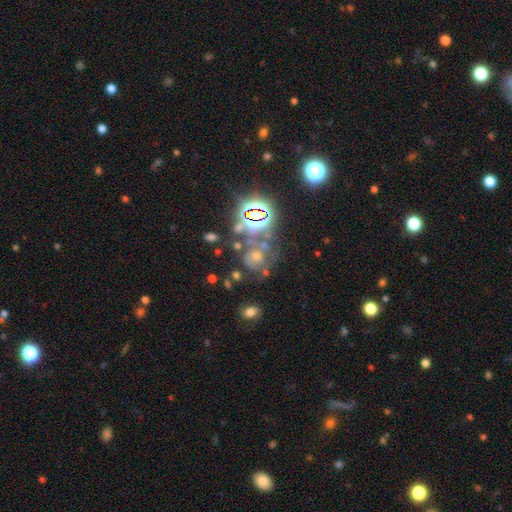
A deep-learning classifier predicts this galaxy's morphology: A star or artifact, not a galaxy (48%).

Vote fractions:
- Smooth or featured? star or artifact: 48% / featured or disk: 30% / smooth: 22%